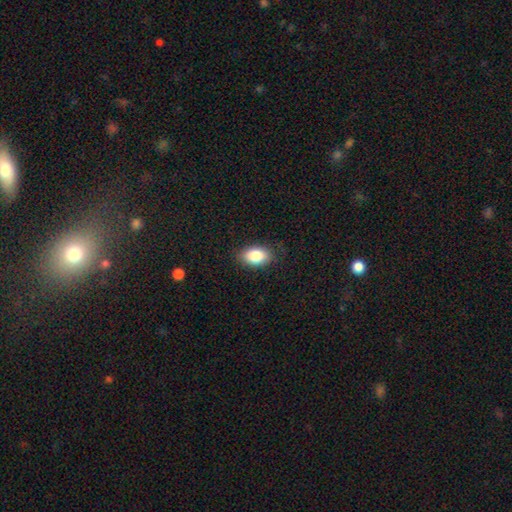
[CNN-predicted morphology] This is clearly a smooth galaxy (85%). How rounded: clearly in between (89%). Merging: clearly none (83%).